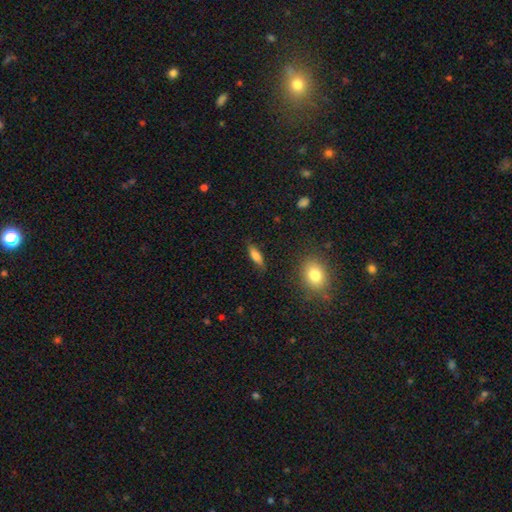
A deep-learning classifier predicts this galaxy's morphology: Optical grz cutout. It shows a smooth galaxy with no disk features (78%) that is in between round and cigar-shaped (54%). Merging: none (83%).